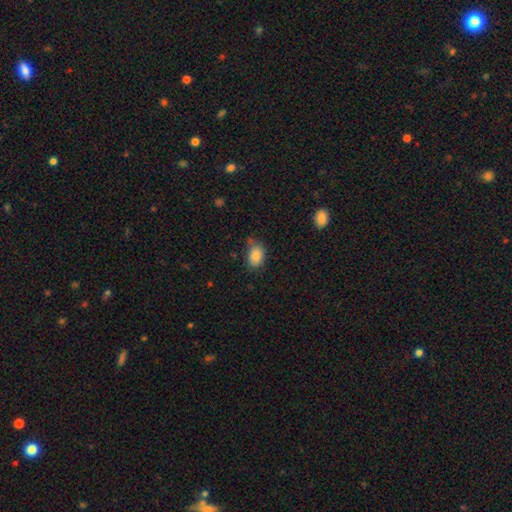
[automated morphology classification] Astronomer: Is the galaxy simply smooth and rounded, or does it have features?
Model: smooth — 87%.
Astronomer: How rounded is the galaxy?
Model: in between — 83%.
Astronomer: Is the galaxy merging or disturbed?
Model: none — 67%.